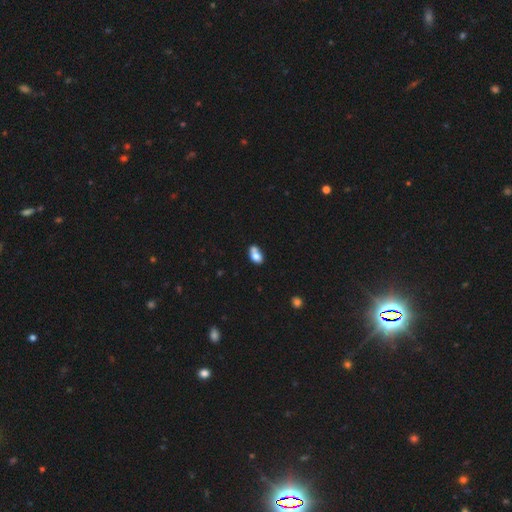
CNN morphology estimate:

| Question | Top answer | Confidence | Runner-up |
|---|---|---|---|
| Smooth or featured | smooth | 74% | featured or disk (17%) |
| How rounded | in between | 78% | round (20%) |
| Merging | merger | 48% | none (33%) |